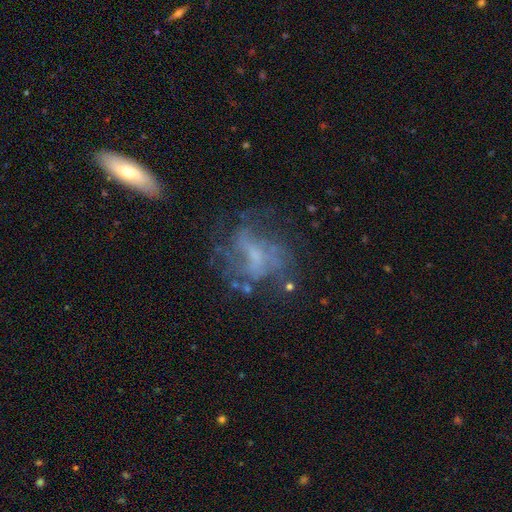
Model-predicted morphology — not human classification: A featured or disk galaxy (67%) with no bar (51%), spiral arms (60%) and a small central bulge (41%).

Vote fractions:
- Smooth or featured? featured or disk: 67% / smooth: 19% / star or artifact: 14%
- Edge-on disk? no: 96% / yes: 4%
- Bar? no: 51% / weak: 39% / strong: 10%
- Spiral arms? yes: 60% / no: 40%
- Bulge size? small: 41% / none: 32% / moderate: 23% / large: 3% / dominant: 1%
- Merging? none: 53% / major disturbance: 24% / minor disturbance: 18% / merger: 6%